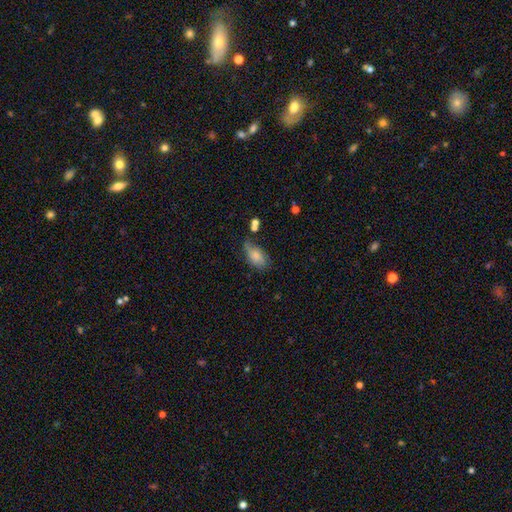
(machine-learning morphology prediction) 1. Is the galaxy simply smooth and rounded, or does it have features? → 68% smooth, 23% featured or disk, 9% star or artifact.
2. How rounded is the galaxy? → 89% in between, 6% cigar-shaped, 6% round.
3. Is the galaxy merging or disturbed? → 48% none, 33% minor disturbance, 13% major disturbance, 6% merger.